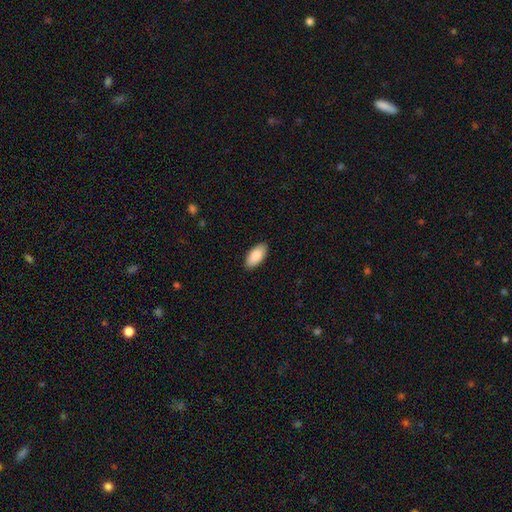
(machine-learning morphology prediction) This appears to be a smooth galaxy with no disk features (89%) that is in between round and cigar-shaped (95%). Merging: none (89%).